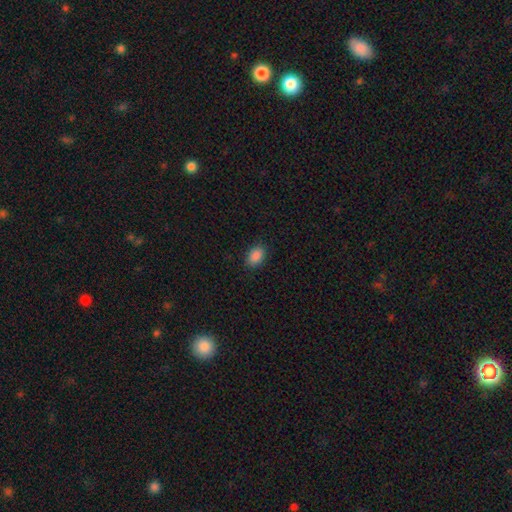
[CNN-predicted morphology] A smooth galaxy with no disk features (88%) that is in between round and cigar-shaped (85%).

Vote fractions:
- Smooth or featured? smooth: 88% / star or artifact: 9% / featured or disk: 3%
- How rounded? in between: 85% / round: 13% / cigar-shaped: 1%
- Merging? none: 88% / minor disturbance: 9% / major disturbance: 2% / merger: 1%